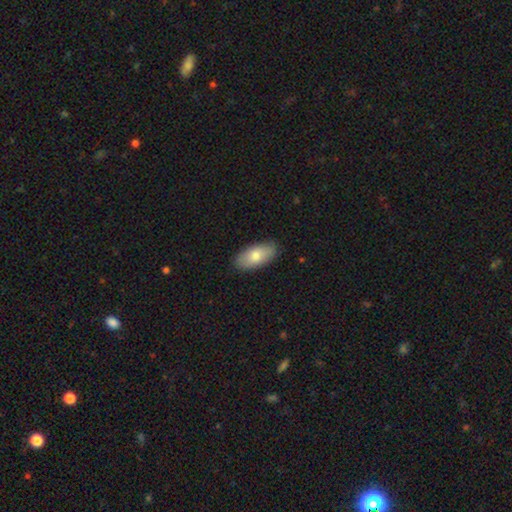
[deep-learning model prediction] Overall: smooth (78%). How rounded: in between (92%). Merging: none (86%).